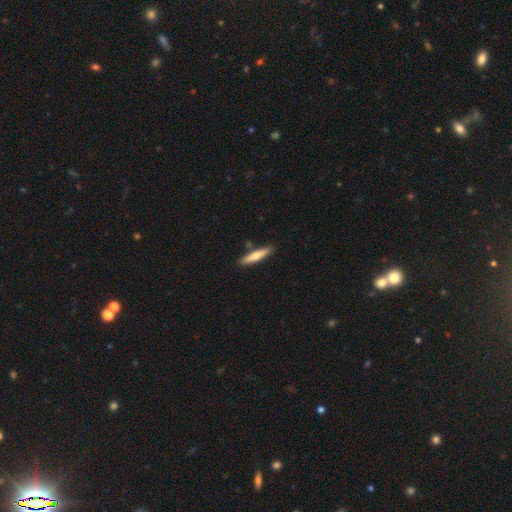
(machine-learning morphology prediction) Smooth or featured: smooth — 61% (featured or disk — 33%)
How rounded: cigar-shaped — 87% (in between — 12%)
Merging: none — 85% (minor disturbance — 9%)